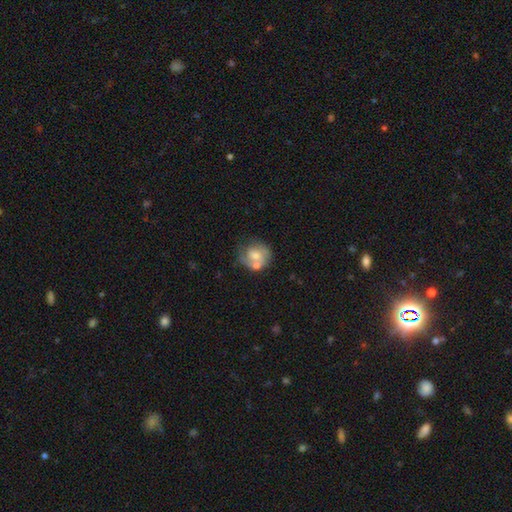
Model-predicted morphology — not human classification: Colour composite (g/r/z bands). It shows a featured or disk galaxy (51%) with no bar (68%), spiral arms (66%) and a moderate central bulge (48%). Merging: none (42%).